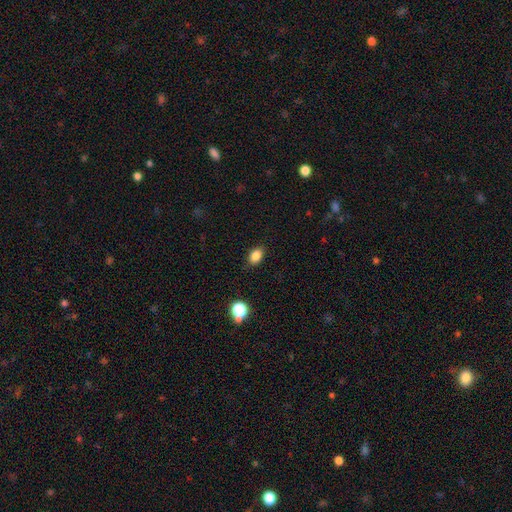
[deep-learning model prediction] The model was most divided on "how rounded": in between: 77%, round: 22%, cigar-shaped: 1%. More confident: merging — none (85%); smooth or featured — smooth (85%).